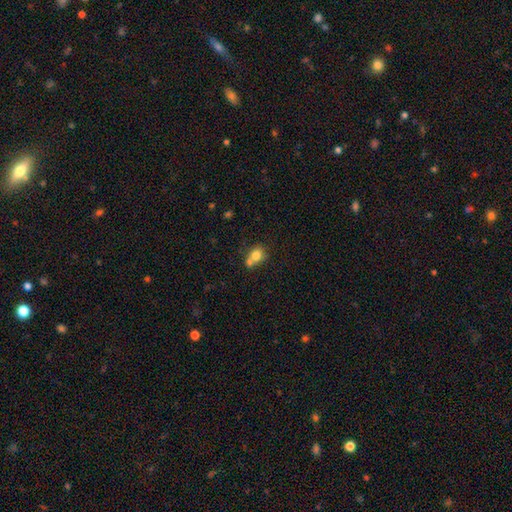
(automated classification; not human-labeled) smooth 77%, featured or disk 13%, star or artifact 10%. Down the decision tree: how rounded — round (56%); merging — merger (46%).